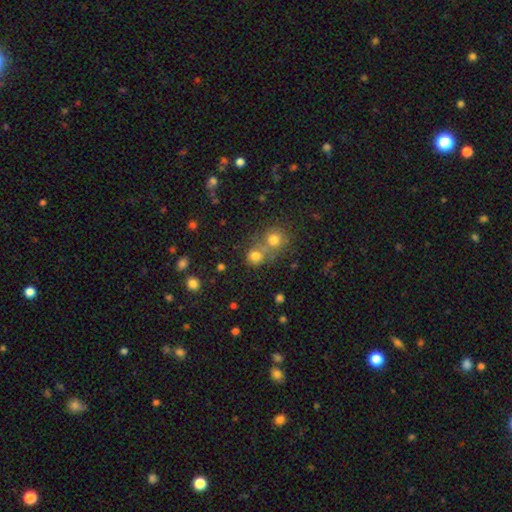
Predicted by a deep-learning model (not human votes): A smooth galaxy with no disk features (76%) that is round (82%). Merging: none (46%).